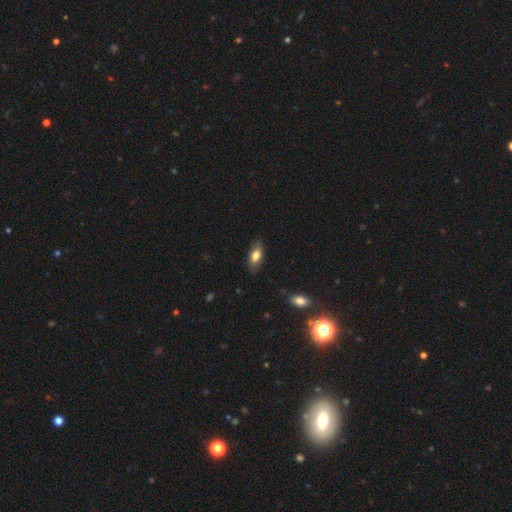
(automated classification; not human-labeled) Smooth or featured?
  - smooth: 74% *
  - featured or disk: 19%
  - star or artifact: 7%
How rounded?
  - in between: 84% *
  - cigar-shaped: 12%
  - round: 3%
Merging?
  - none: 82% *
  - minor disturbance: 14%
  - major disturbance: 3%
  - merger: 1%